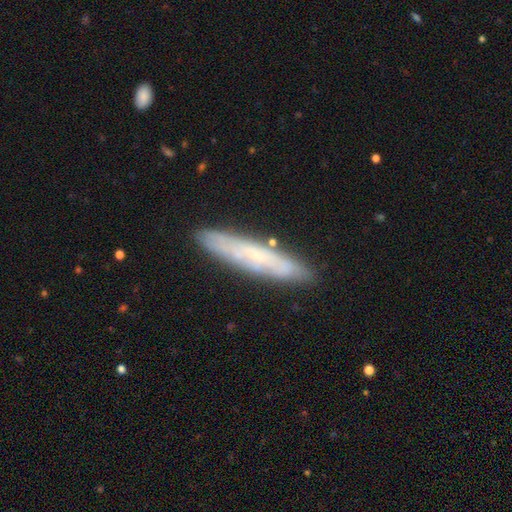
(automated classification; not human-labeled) This appears to be a featured or disk galaxy (48%). Merging: none (86%).